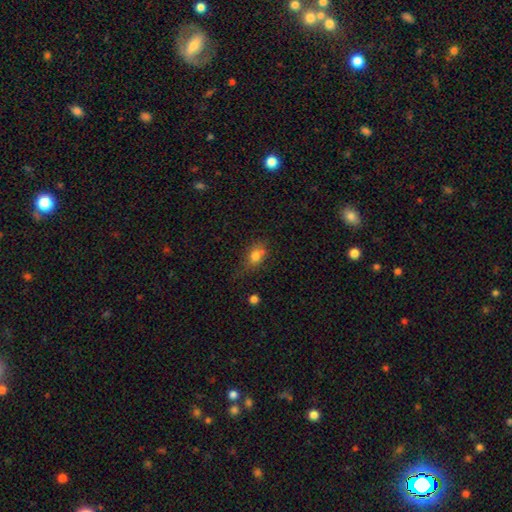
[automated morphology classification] smooth 77%, star or artifact 12%, featured or disk 11%. Down the decision tree: how rounded — in between (67%); merging — none (52%).